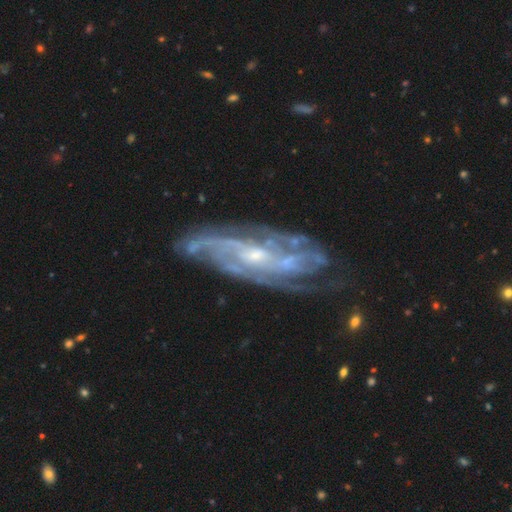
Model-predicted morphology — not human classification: Smooth or featured? featured or disk (89%)
Edge-on disk? no (90%)
Bar? no (53%)
Spiral arms? yes (97%)
Spiral winding? tight (54%)
Spiral arm count? can't tell (27%)
Bulge size? small (61%)
Merging? none (71%)